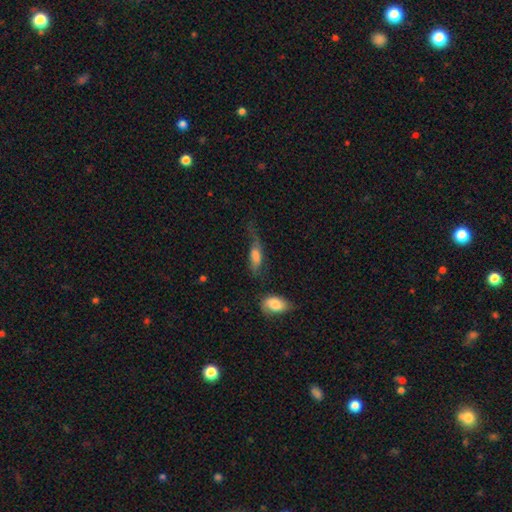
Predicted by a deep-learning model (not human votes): This appears to be a smooth galaxy with no disk features (66%) that is in between round and cigar-shaped (65%). Merging: major disturbance (36%).